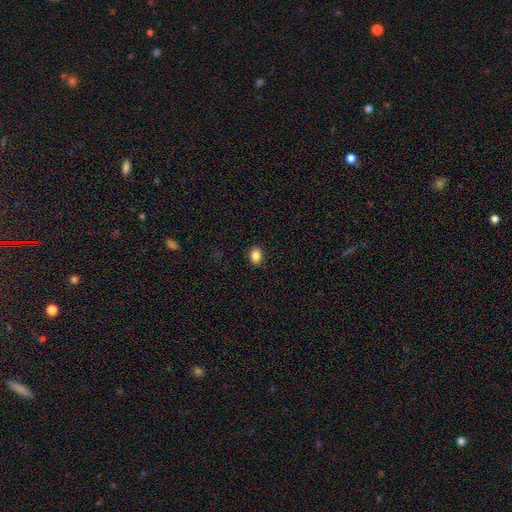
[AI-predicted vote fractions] Morphology: type=smooth (86%); roundness=in between (62%); merging=none (90%).